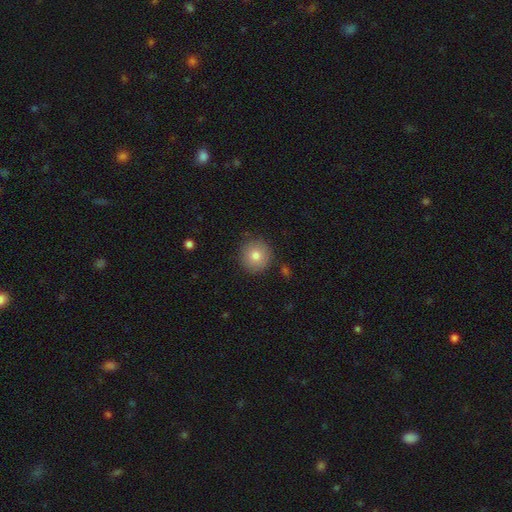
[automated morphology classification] Q: Smooth or featured?
A: smooth (79%); runner-up: featured or disk (12%)
Q: How rounded?
A: round (92%); runner-up: in between (7%)
Q: Merging?
A: none (87%); runner-up: minor disturbance (9%)